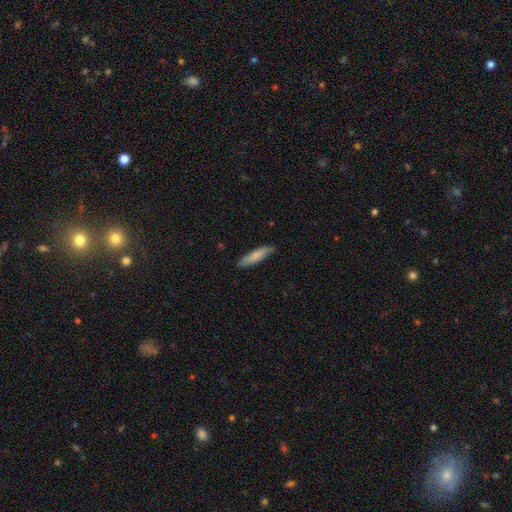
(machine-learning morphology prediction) Smooth or featured? smooth (79%)
How rounded? cigar-shaped (82%)
Merging? none (86%)